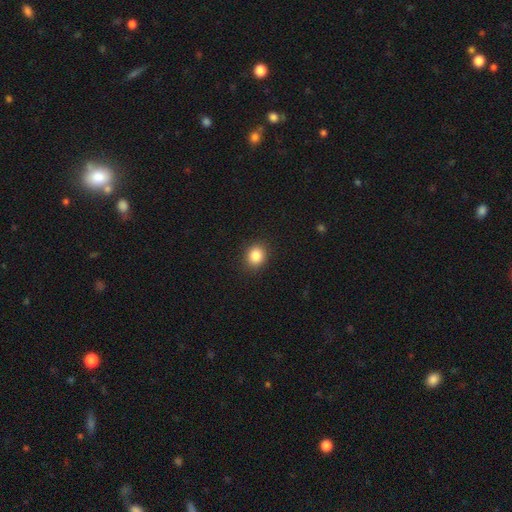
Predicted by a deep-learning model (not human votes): This is clearly a smooth galaxy (85%). How rounded: likely round (74%). Merging: clearly none (90%).